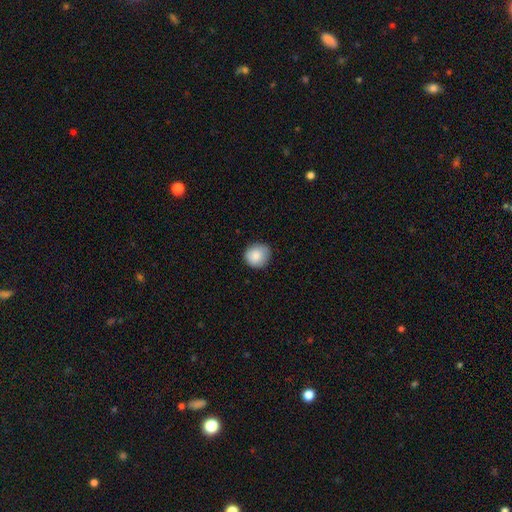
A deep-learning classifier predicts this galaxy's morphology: smooth 86%, star or artifact 8%, featured or disk 6%. Down the decision tree: how rounded — round (87%); merging — none (79%).